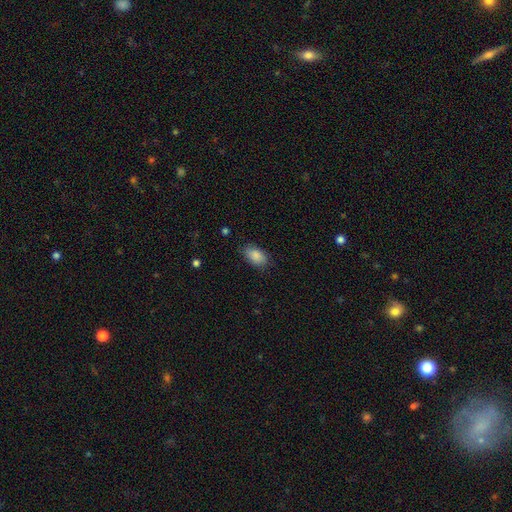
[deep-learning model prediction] Smooth or featured?
  - smooth: 88% *
  - star or artifact: 7%
  - featured or disk: 5%
How rounded?
  - in between: 93% *
  - round: 5%
  - cigar-shaped: 2%
Merging?
  - none: 83% *
  - minor disturbance: 13%
  - major disturbance: 3%
  - merger: 1%